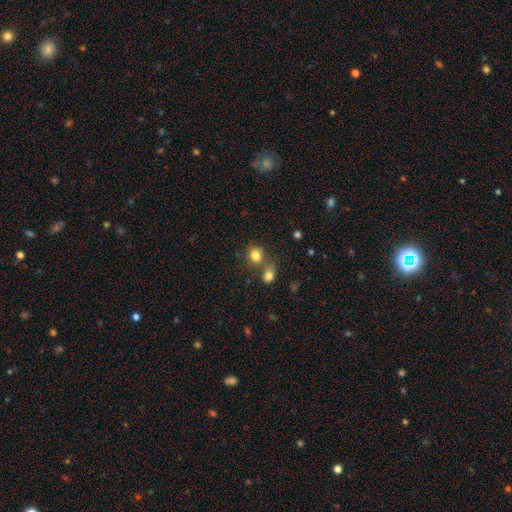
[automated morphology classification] Smooth or featured: smooth — 80% (star or artifact — 12%)
How rounded: round — 70% (in between — 29%)
Merging: none — 55% (merger — 29%)